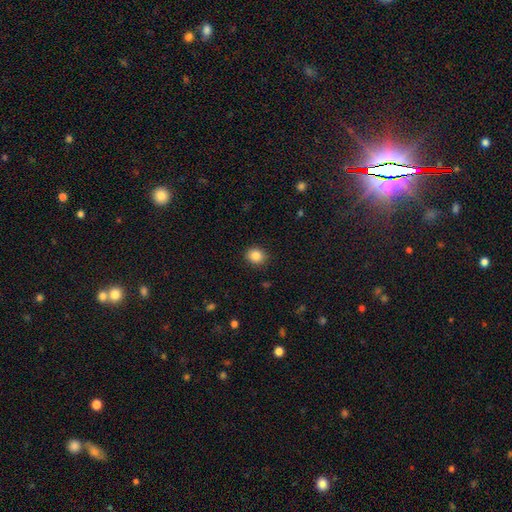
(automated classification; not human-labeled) Smooth or featured?
  - smooth: 85% *
  - star or artifact: 10%
  - featured or disk: 5%
How rounded?
  - round: 69% *
  - in between: 30%
  - cigar-shaped: 1%
Merging?
  - none: 89% *
  - minor disturbance: 8%
  - major disturbance: 2%
  - merger: 1%